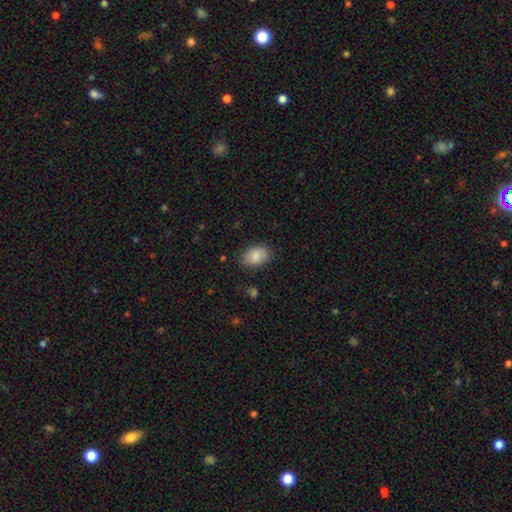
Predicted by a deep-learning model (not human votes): smooth-or-featured: smooth: 88% | star or artifact: 7% | featured or disk: 5%
  how-rounded: in between: 89% | round: 10% | cigar-shaped: 1%
  merging: none: 83% | minor disturbance: 12% | major disturbance: 3% | merger: 1%